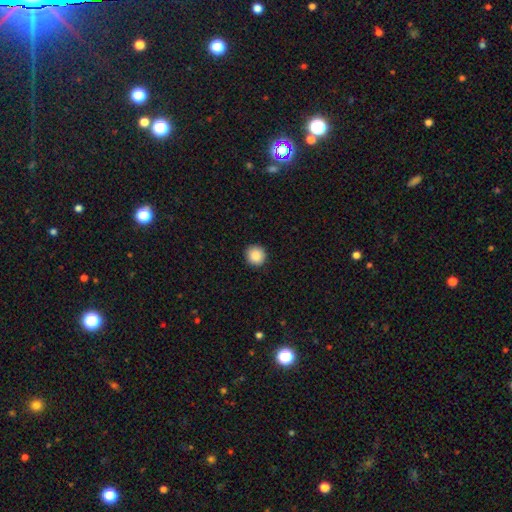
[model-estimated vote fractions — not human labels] This is clearly a smooth galaxy (88%). How rounded: clearly round (94%). Merging: clearly none (92%).